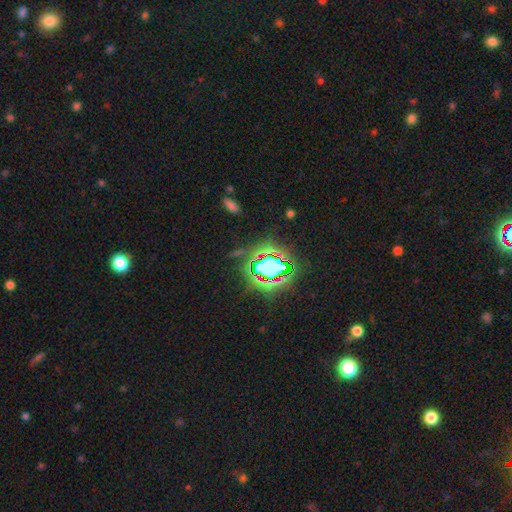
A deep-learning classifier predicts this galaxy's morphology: star or artifact 79%, smooth 12%, featured or disk 8%.